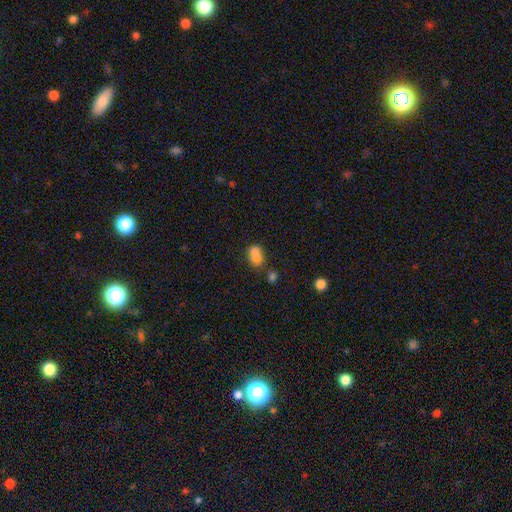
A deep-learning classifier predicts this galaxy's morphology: type=smooth (77%); roundness=in between (78%); merging=none (46%).